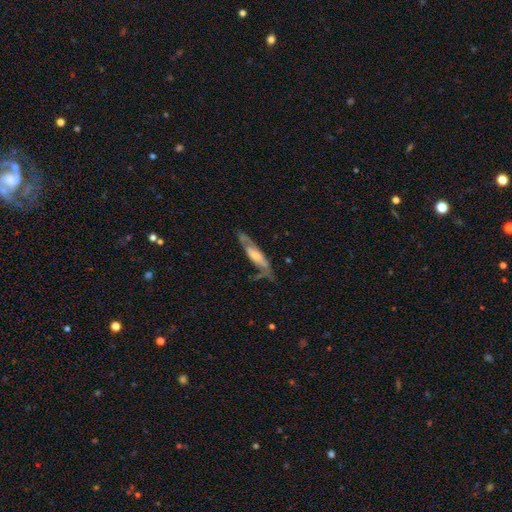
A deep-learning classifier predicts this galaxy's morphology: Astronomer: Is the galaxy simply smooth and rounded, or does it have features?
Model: featured or disk — 63%.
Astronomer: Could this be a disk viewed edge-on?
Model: no — 57% (runner-up: yes, 43%).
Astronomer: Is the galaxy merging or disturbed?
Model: none — 58%.